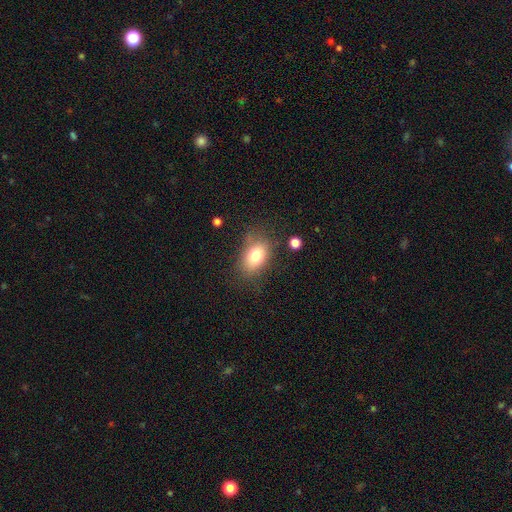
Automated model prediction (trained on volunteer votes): Morphology: type=smooth (78%); roundness=in between (84%); merging=none (70%).